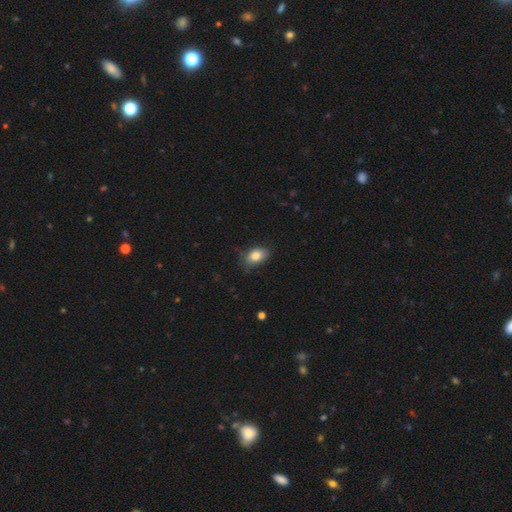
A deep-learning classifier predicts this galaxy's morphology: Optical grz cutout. It shows a smooth galaxy with no disk features (84%) that is in between round and cigar-shaped (87%). Merging: none (76%).